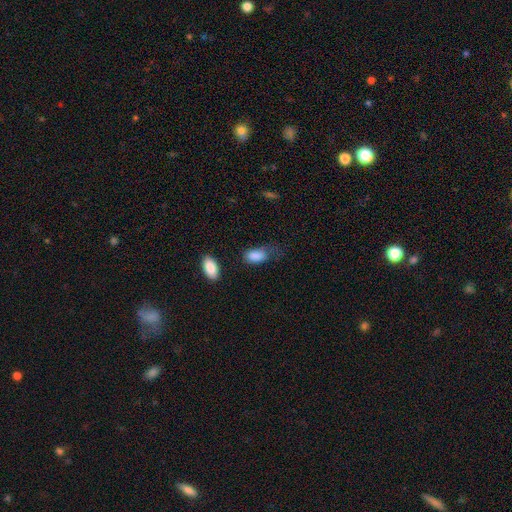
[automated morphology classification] A smooth galaxy with no disk features (87%) that is in between round and cigar-shaped (91%). Merging: none (39%).